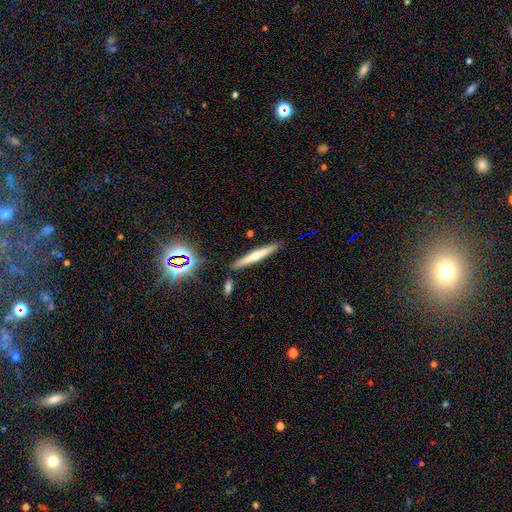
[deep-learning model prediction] This appears to be a featured or disk galaxy (47%). Merging: none (86%).